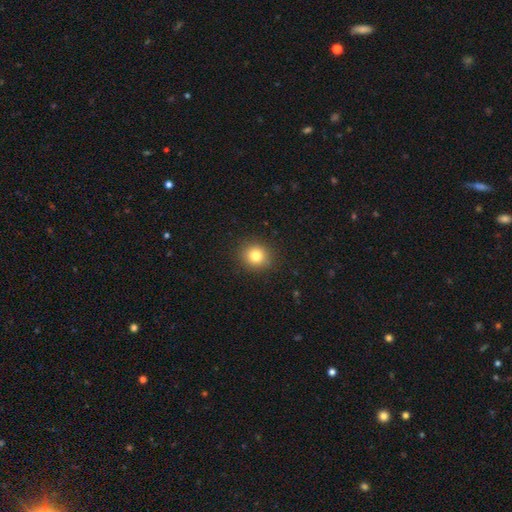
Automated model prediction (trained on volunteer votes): Smooth or featured?
  - smooth: 81% *
  - star or artifact: 12%
  - featured or disk: 8%
How rounded?
  - round: 85% *
  - in between: 14%
  - cigar-shaped: 1%
Merging?
  - none: 90% *
  - minor disturbance: 7%
  - major disturbance: 2%
  - merger: 1%